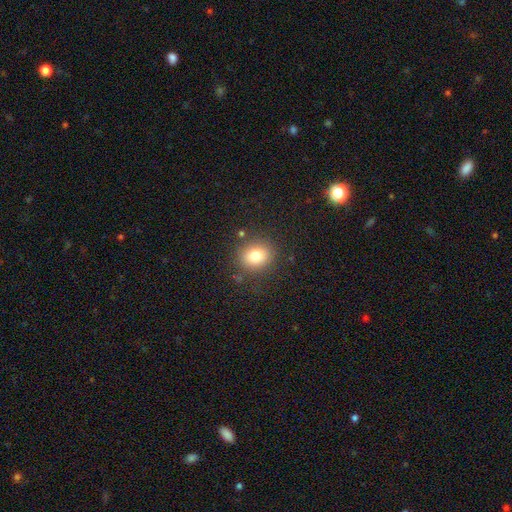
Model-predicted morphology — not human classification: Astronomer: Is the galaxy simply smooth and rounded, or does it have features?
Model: smooth — 79%.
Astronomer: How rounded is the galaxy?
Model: round — 72%.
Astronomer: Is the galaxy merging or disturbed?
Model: none — 83%.